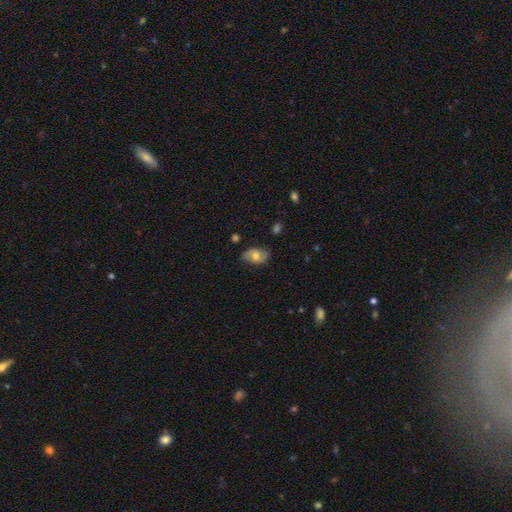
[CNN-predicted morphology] Smooth or featured? smooth (50%)
Merging? none (72%)